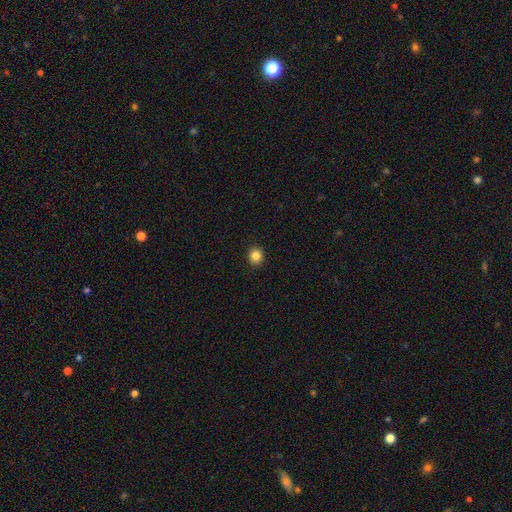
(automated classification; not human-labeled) This appears to be a smooth galaxy with no disk features (84%) that is round (85%). Merging: none (92%).